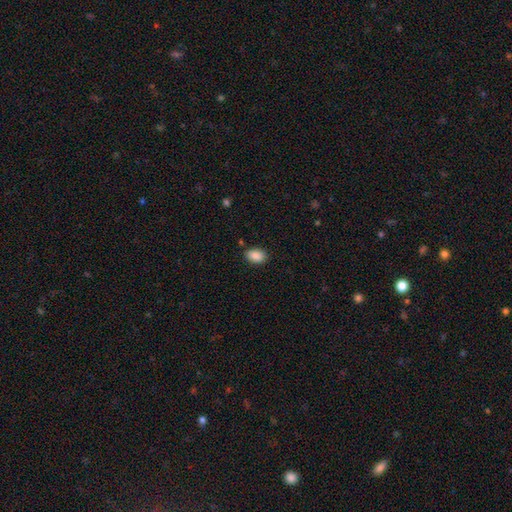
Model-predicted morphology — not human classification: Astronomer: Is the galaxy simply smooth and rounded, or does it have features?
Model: smooth — 89%.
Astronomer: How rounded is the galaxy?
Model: in between — 86%.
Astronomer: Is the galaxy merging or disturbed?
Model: none — 85%.